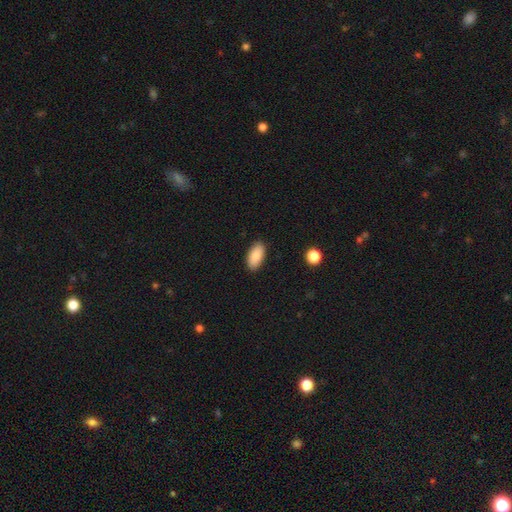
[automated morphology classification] This appears to be a smooth galaxy with no disk features (87%) that is in between round and cigar-shaped (93%). Merging: none (88%).